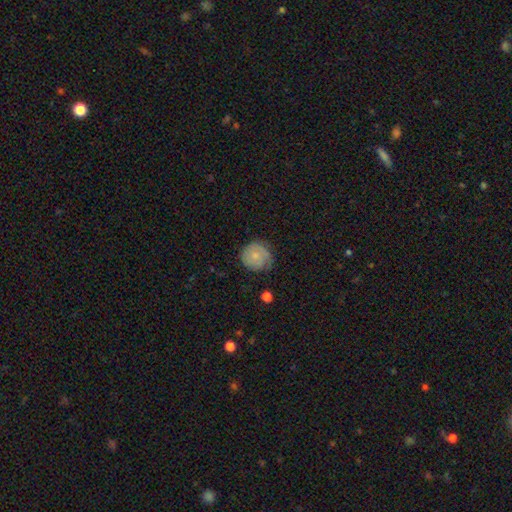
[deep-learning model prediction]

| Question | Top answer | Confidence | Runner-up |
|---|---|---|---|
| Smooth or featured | smooth | 66% | featured or disk (26%) |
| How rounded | round | 90% | in between (9%) |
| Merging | none | 63% | minor disturbance (28%) |